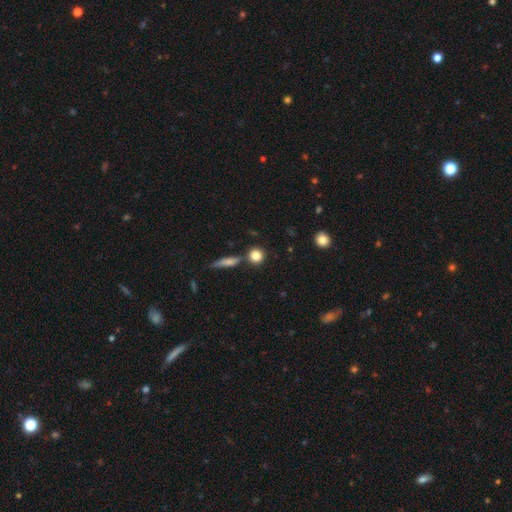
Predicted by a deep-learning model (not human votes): A smooth galaxy with no disk features (83%) that is round (86%). Merging: none (74%).